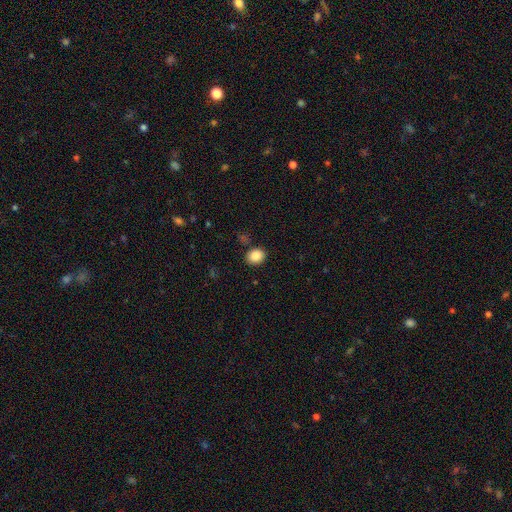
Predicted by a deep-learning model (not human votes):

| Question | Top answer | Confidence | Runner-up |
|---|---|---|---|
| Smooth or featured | smooth | 88% | star or artifact (9%) |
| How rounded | round | 52% | in between (47%) |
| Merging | none | 84% | minor disturbance (9%) |